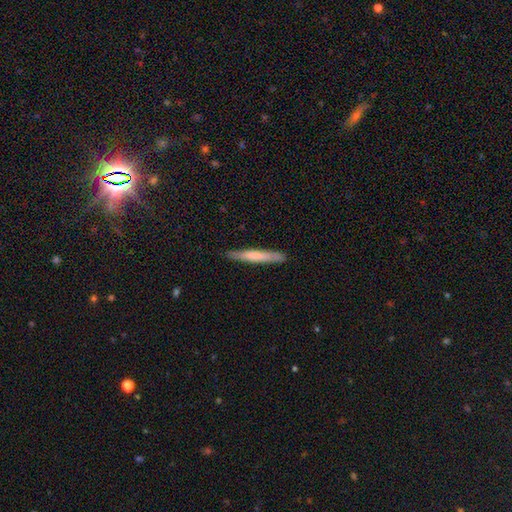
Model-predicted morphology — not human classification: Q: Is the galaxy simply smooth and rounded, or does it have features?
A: smooth — 66%.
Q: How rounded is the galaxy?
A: cigar-shaped — 96%.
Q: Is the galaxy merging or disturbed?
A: none — 89%.